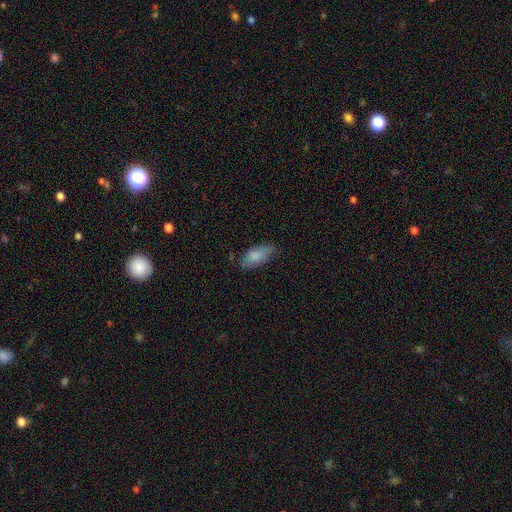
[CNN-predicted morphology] Smooth or featured: smooth — 82% (featured or disk — 11%)
How rounded: in between — 89% (cigar-shaped — 9%)
Merging: none — 65% (minor disturbance — 28%)